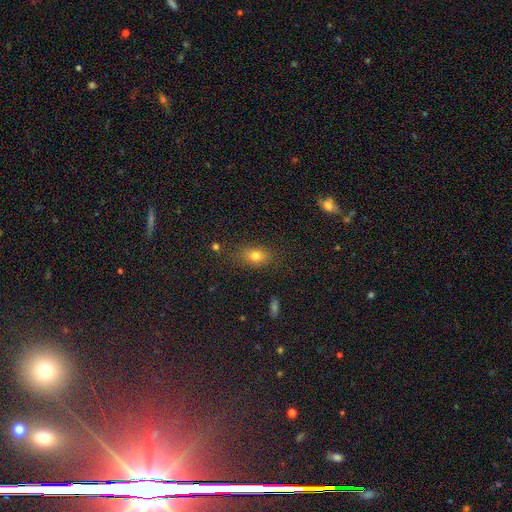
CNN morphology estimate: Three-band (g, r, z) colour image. It shows a smooth galaxy with no disk features (78%) that is in between round and cigar-shaped (73%). Merging: none (78%).